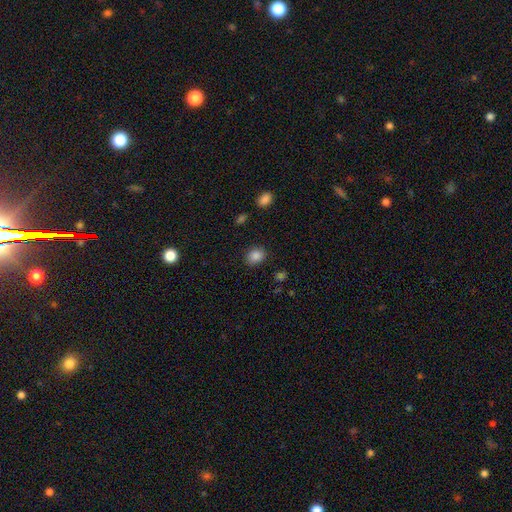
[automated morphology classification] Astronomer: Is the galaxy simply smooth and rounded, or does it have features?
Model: smooth — 86%.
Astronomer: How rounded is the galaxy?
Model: round — 54% (runner-up: in between, 45%).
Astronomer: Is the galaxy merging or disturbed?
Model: none — 85%.